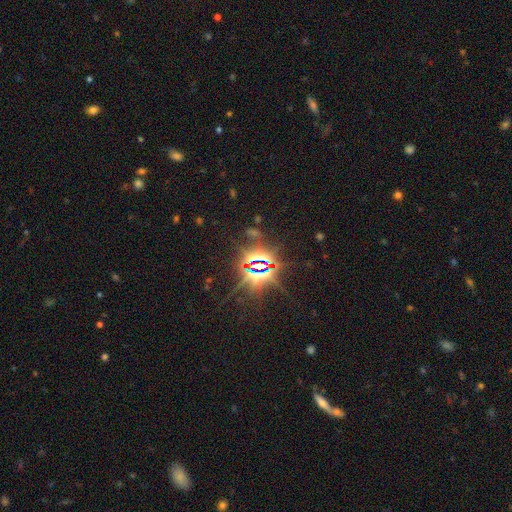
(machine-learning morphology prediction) A star or artifact, not a galaxy (81%).

Vote fractions:
- Smooth or featured? star or artifact: 81% / smooth: 12% / featured or disk: 7%